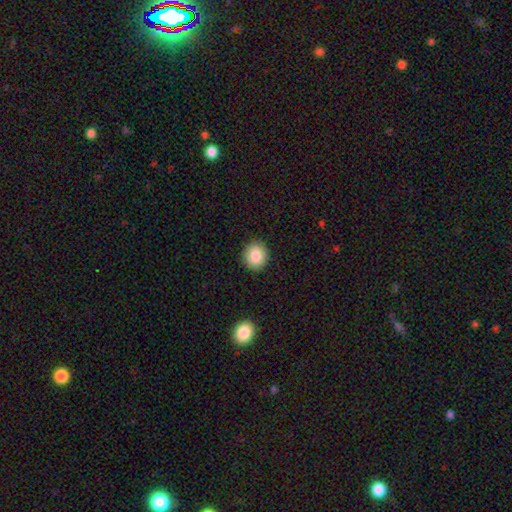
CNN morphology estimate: Q: Smooth or featured?
A: smooth (84%); runner-up: star or artifact (8%)
Q: How rounded?
A: round (79%); runner-up: in between (20%)
Q: Merging?
A: none (91%); runner-up: minor disturbance (7%)